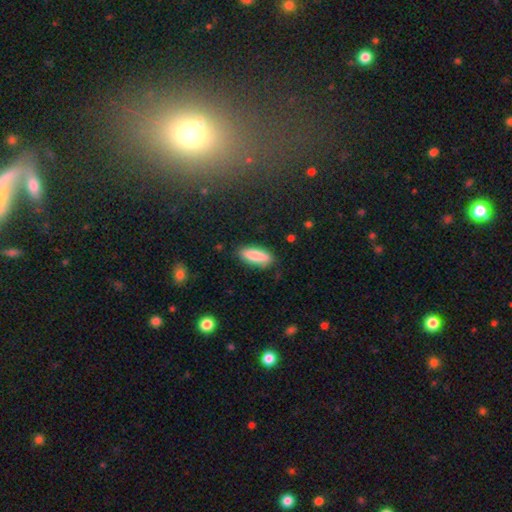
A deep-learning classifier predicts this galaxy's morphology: A smooth galaxy with no disk features (85%) that is in between round and cigar-shaped (57%).

Vote fractions:
- Smooth or featured? smooth: 85% / featured or disk: 9% / star or artifact: 6%
- How rounded? in between: 57% / cigar-shaped: 41% / round: 2%
- Merging? none: 85% / minor disturbance: 11% / major disturbance: 2% / merger: 2%